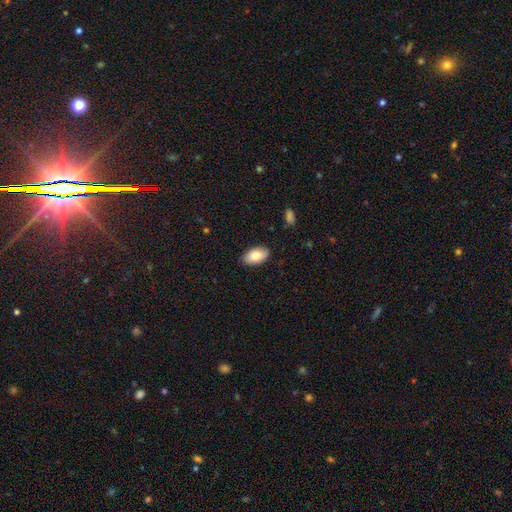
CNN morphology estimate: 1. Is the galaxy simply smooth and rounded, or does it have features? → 87% smooth, 7% featured or disk, 6% star or artifact.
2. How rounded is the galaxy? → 95% in between, 3% round, 2% cigar-shaped.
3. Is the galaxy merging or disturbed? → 86% none, 11% minor disturbance, 2% major disturbance, 1% merger.